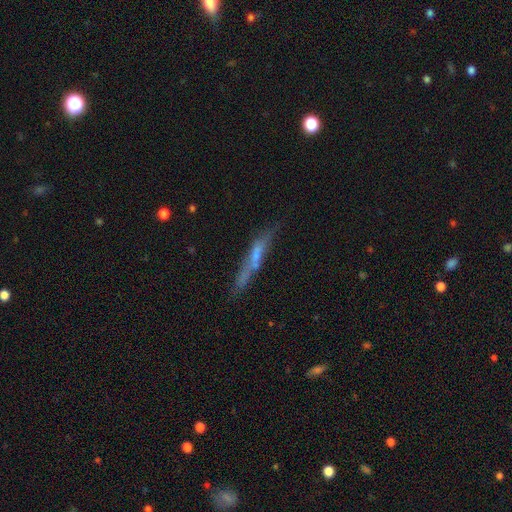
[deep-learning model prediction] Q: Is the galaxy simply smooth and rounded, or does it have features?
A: featured or disk — 51%.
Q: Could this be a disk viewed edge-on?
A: yes — 79%.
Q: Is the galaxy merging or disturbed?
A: none — 64%.